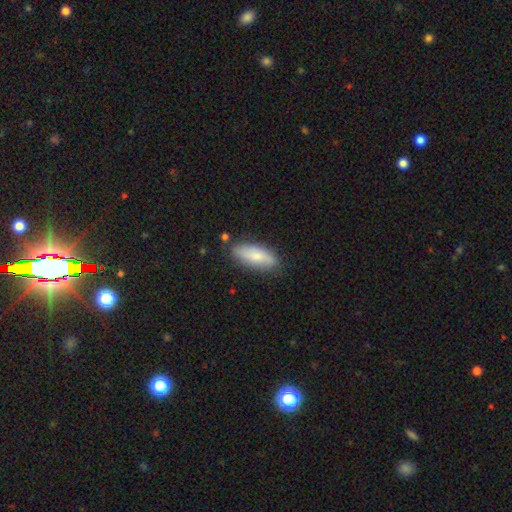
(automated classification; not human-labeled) Smooth or featured?
  - smooth: 75% *
  - featured or disk: 19%
  - star or artifact: 6%
How rounded?
  - in between: 69% *
  - cigar-shaped: 29%
  - round: 2%
Merging?
  - none: 78% *
  - minor disturbance: 17%
  - major disturbance: 3%
  - merger: 3%